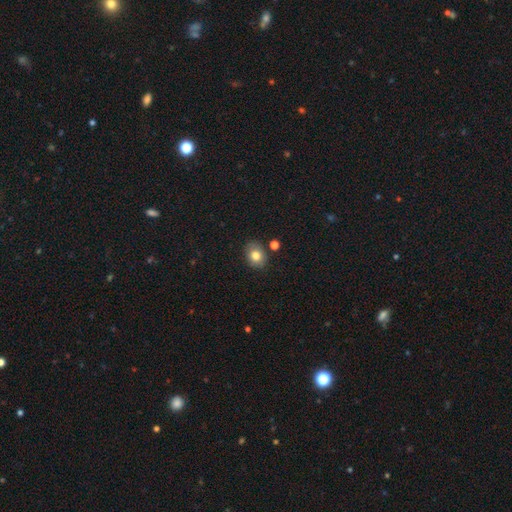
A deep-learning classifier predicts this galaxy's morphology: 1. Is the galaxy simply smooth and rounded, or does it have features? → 80% smooth, 10% featured or disk, 10% star or artifact.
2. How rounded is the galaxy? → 54% in between, 45% round, 1% cigar-shaped.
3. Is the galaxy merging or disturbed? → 80% none, 13% minor disturbance, 5% merger, 3% major disturbance.